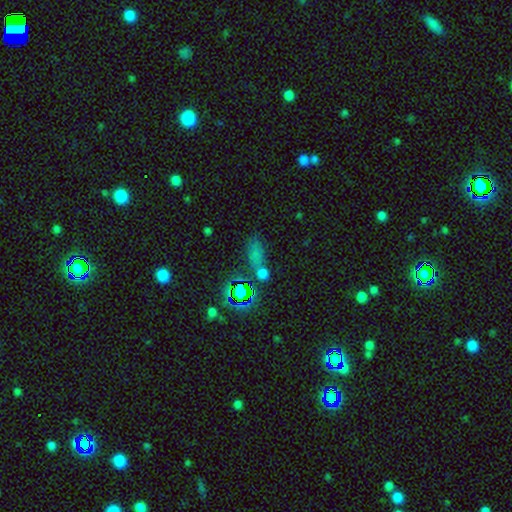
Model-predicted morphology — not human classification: Smooth or featured: smooth — 52% (star or artifact — 39%)
How rounded: in between — 64% (round — 21%)
Merging: none — 63% (minor disturbance — 15%)